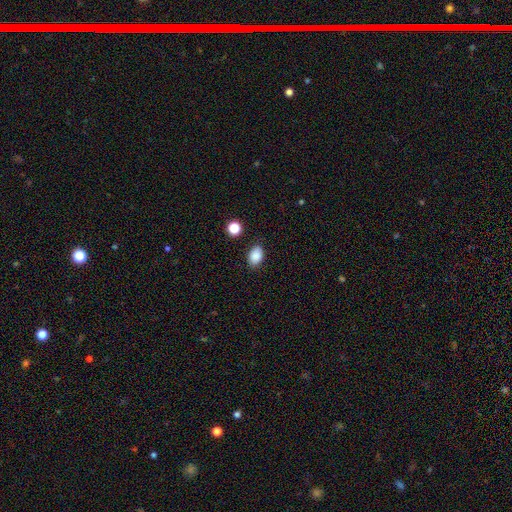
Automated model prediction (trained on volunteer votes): Smooth or featured? smooth (87%)
How rounded? in between (84%)
Merging? none (83%)